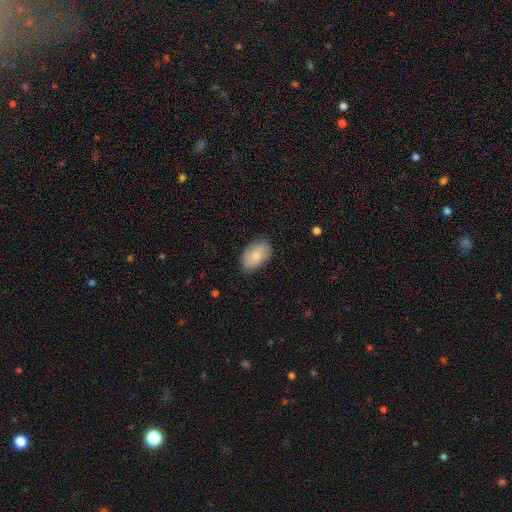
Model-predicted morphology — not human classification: Overall: smooth (78%). How rounded: in between (91%). Merging: none (78%).